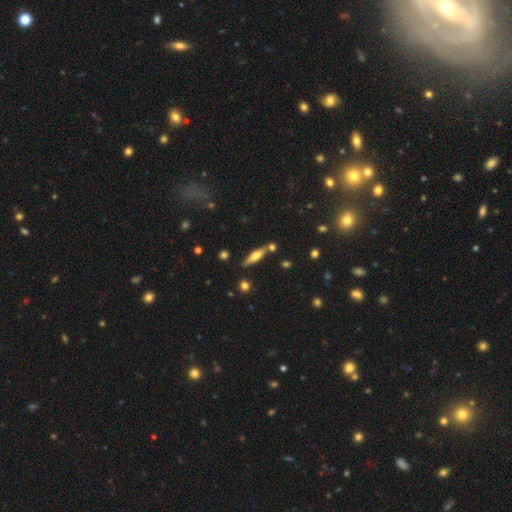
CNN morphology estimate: type=featured or disk (51%); edge-on=yes (92%); merging=none (77%).